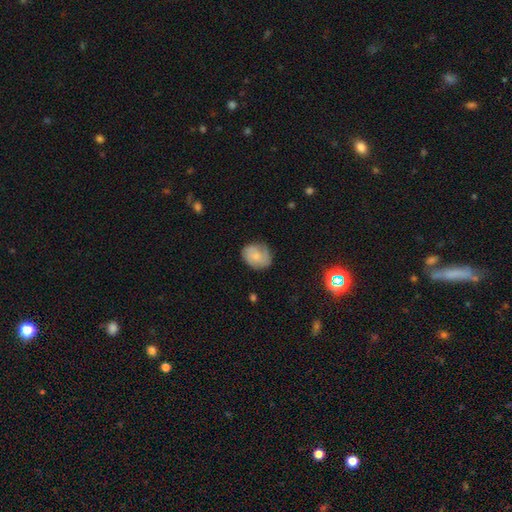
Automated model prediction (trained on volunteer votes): The model was most divided on "how rounded": round: 53%, in between: 46%, cigar-shaped: 1%. More confident: merging — none (69%); smooth or featured — smooth (59%).